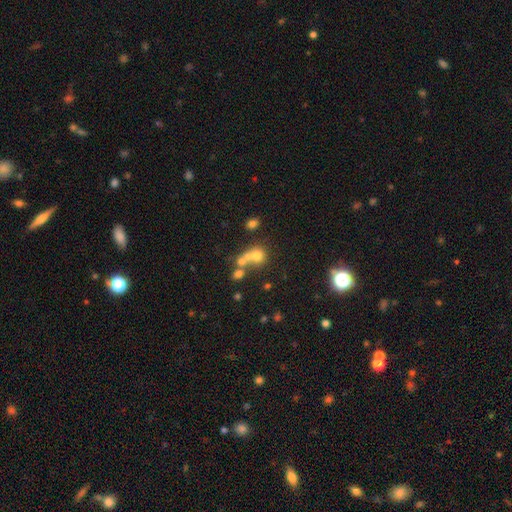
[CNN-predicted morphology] Smooth or featured: smooth — 61% (star or artifact — 20%)
How rounded: round — 83% (in between — 16%)
Merging: merger — 46% (none — 41%)